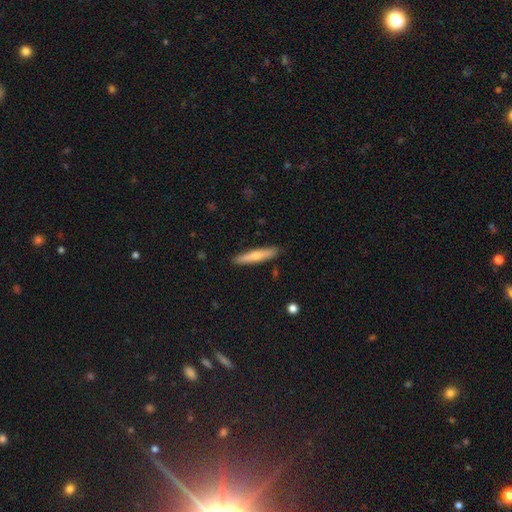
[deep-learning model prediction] Smooth or featured?
  - smooth: 58% *
  - featured or disk: 36%
  - star or artifact: 5%
How rounded?
  - cigar-shaped: 89% *
  - in between: 9%
  - round: 2%
Merging?
  - none: 89% *
  - minor disturbance: 8%
  - major disturbance: 2%
  - merger: 1%